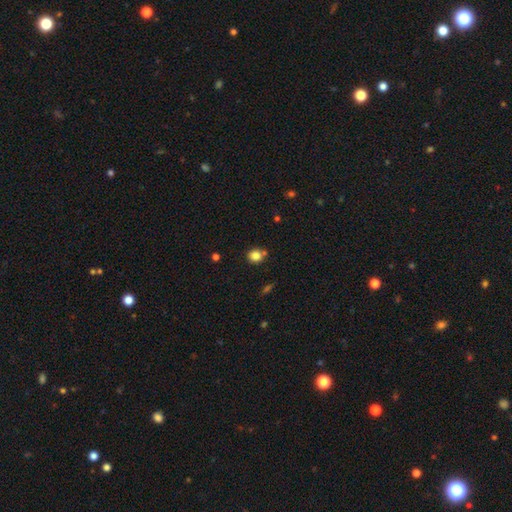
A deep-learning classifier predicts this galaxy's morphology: Overall: smooth (83%). How rounded: round (79%). Merging: none (69%).